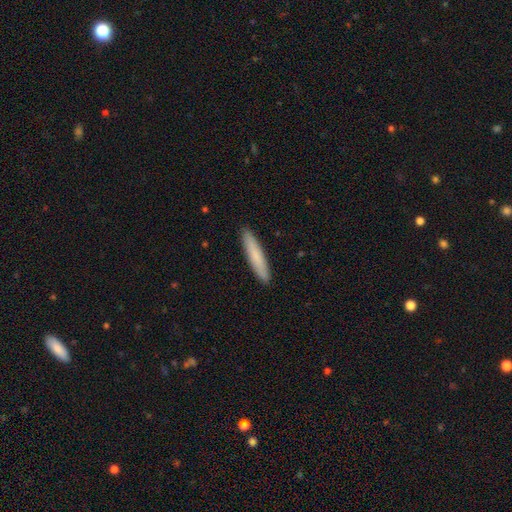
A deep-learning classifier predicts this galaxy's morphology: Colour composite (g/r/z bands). It shows a smooth galaxy with no disk features (78%) that is cigar-shaped (91%). Merging: none (92%).